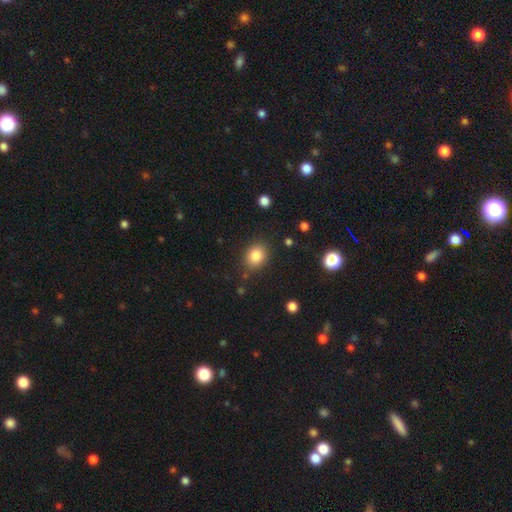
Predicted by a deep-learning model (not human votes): The model was most divided on "how rounded": round: 57%, in between: 42%, cigar-shaped: 1%. More confident: merging — none (83%); smooth or featured — smooth (83%).